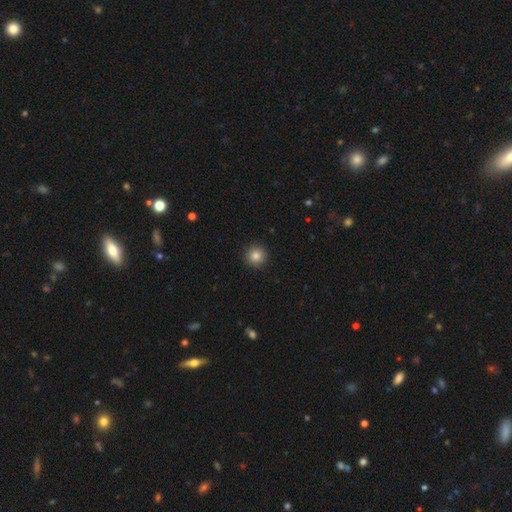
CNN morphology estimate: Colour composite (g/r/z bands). It shows a smooth galaxy with no disk features (84%) that is round (95%). Merging: none (92%).